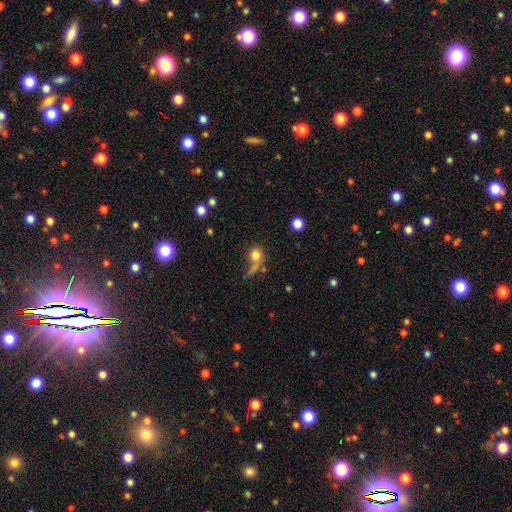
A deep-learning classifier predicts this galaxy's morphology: The model was most divided on "merging": none: 40%, major disturbance: 23%, merger: 20%, minor disturbance: 16%. More confident: how rounded — round (77%); smooth or featured — smooth (75%).